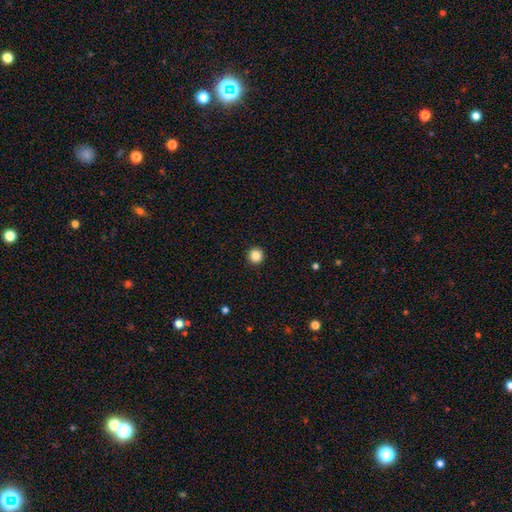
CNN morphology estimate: Smooth or featured? Predicted: smooth (p=0.86). How rounded? Predicted: round (p=0.96). Merging? Predicted: none (p=0.93).